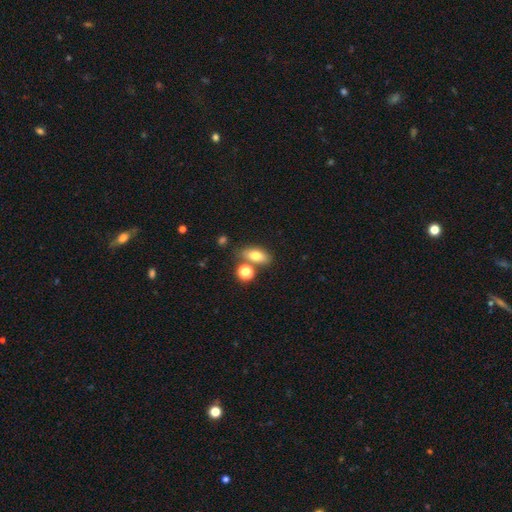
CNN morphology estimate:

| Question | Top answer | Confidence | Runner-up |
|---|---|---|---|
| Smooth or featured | smooth | 71% | featured or disk (18%) |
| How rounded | in between | 78% | round (13%) |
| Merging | none | 67% | merger (16%) |